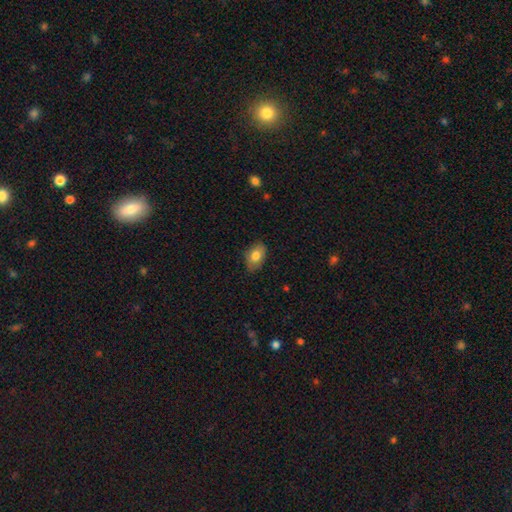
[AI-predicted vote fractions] smooth-or-featured: smooth: 79% | featured or disk: 13% | star or artifact: 7%
  how-rounded: in between: 88% | round: 11% | cigar-shaped: 1%
  merging: none: 80% | minor disturbance: 16% | major disturbance: 3% | merger: 1%